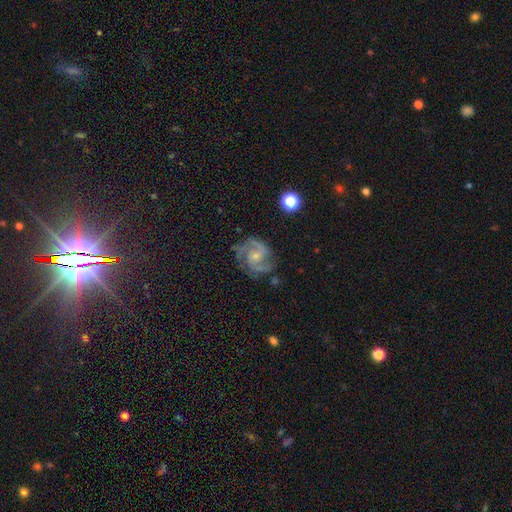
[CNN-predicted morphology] Q: Smooth or featured?
A: featured or disk (89%); runner-up: star or artifact (6%)
Q: Edge-on disk?
A: no (98%); runner-up: yes (2%)
Q: Bar?
A: no (58%); runner-up: weak (34%)
Q: Spiral arms?
A: yes (98%); runner-up: no (2%)
Q: Spiral winding?
A: medium (57%); runner-up: tight (32%)
Q: Spiral arm count?
A: 2 (62%); runner-up: 3 (23%)
Q: Bulge size?
A: small (70%); runner-up: moderate (24%)
Q: Merging?
A: none (73%); runner-up: minor disturbance (18%)